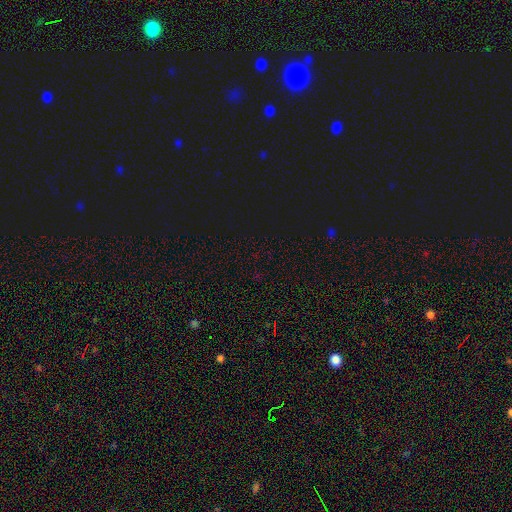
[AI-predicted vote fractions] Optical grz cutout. It shows a star or artifact, not a galaxy (77%).